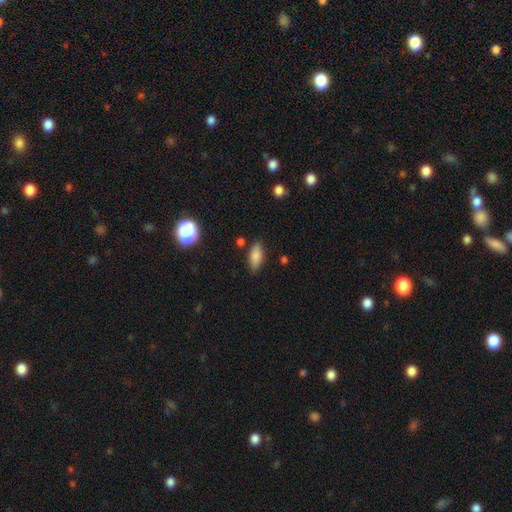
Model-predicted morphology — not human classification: smooth-or-featured: smooth: 84% | star or artifact: 8% | featured or disk: 7%
  how-rounded: in between: 83% | cigar-shaped: 14% | round: 3%
  merging: none: 83% | minor disturbance: 12% | major disturbance: 3% | merger: 3%